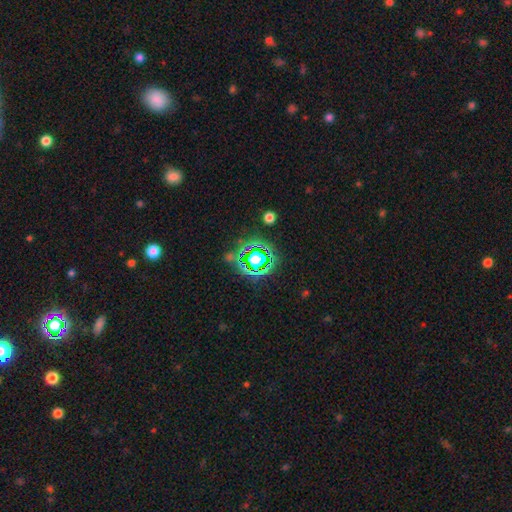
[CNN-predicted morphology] Smooth or featured: star or artifact — 75% (smooth — 17%)